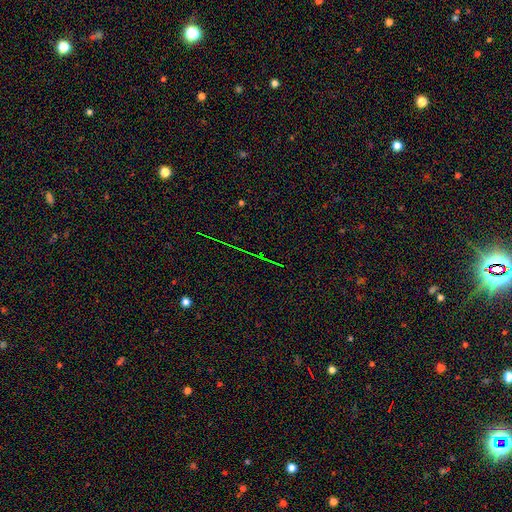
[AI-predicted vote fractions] smooth-or-featured: star or artifact: 76% | smooth: 14% | featured or disk: 10%